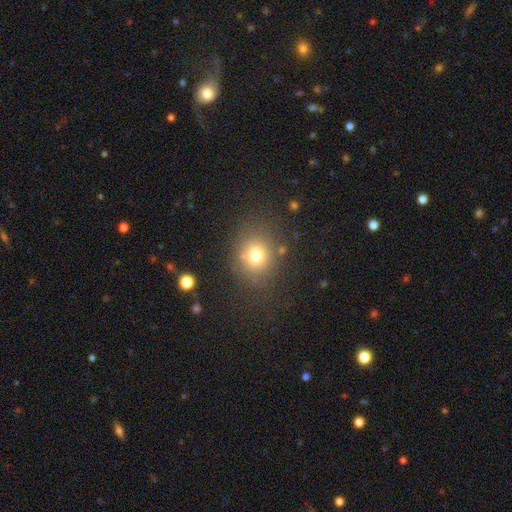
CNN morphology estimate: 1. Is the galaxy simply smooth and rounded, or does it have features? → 73% smooth, 16% star or artifact, 11% featured or disk.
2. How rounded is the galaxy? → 76% round, 23% in between, 1% cigar-shaped.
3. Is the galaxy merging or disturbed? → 79% none, 11% minor disturbance, 6% major disturbance, 4% merger.